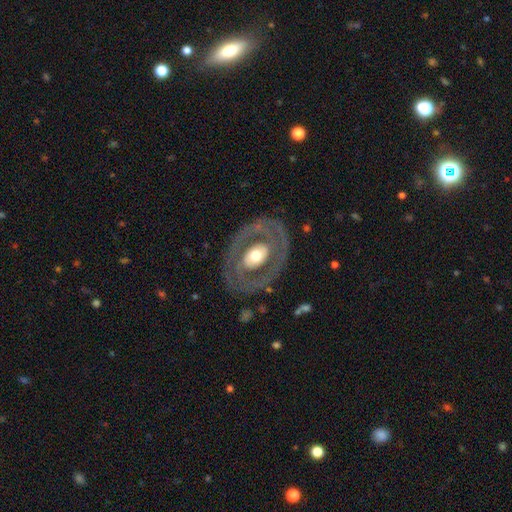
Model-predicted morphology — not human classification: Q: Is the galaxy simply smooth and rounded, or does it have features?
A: featured or disk — 69%.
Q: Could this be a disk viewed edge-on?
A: no — 94%.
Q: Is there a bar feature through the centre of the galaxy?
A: no — 73%.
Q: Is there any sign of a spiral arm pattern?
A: no — 66%.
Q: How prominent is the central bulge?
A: moderate — 61%.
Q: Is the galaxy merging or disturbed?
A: none — 79%.